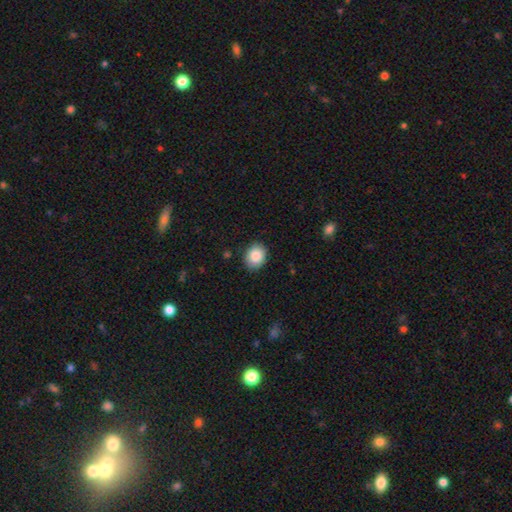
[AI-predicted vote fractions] Q: Smooth or featured?
A: smooth (87%); runner-up: star or artifact (8%)
Q: How rounded?
A: round (59%); runner-up: in between (41%)
Q: Merging?
A: none (87%); runner-up: minor disturbance (10%)